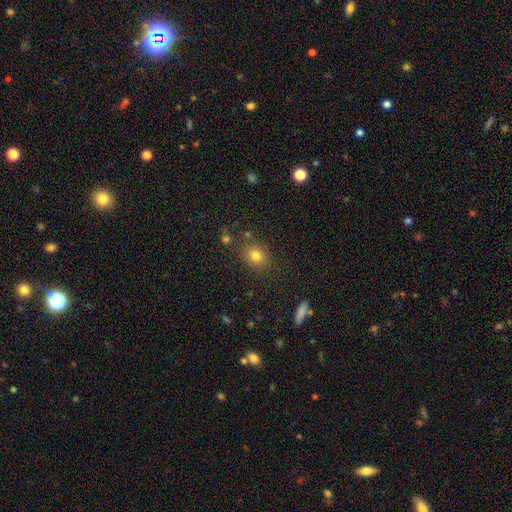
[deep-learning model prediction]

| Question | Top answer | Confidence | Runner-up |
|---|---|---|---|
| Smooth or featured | smooth | 79% | star or artifact (13%) |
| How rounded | round | 60% | in between (39%) |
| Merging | none | 80% | minor disturbance (11%) |